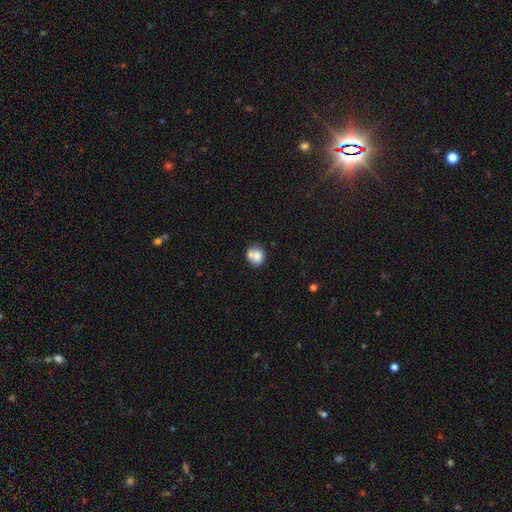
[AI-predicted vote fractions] Q: Smooth or featured?
A: smooth (75%); runner-up: featured or disk (16%)
Q: How rounded?
A: round (75%); runner-up: in between (24%)
Q: Merging?
A: none (44%); runner-up: merger (40%)